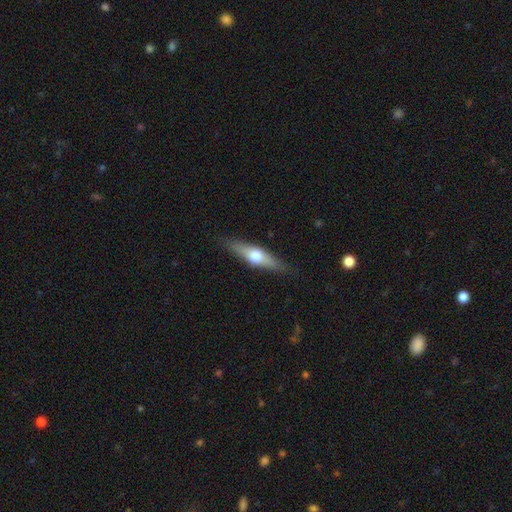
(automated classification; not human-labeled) Smooth or featured: featured or disk — 49% (smooth — 45%)
Merging: none — 86% (minor disturbance — 10%)